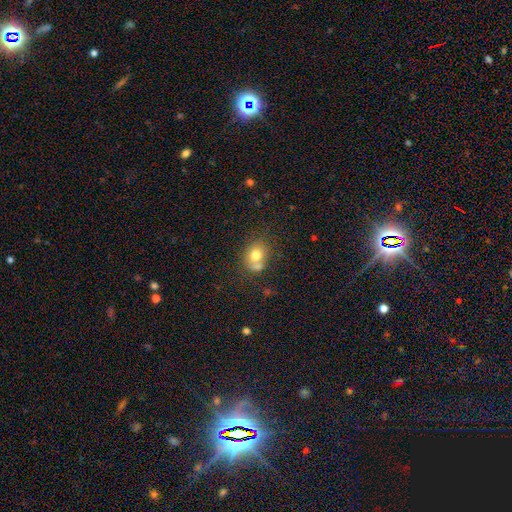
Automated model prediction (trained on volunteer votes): Overall: smooth (74%). How rounded: round (61%; in between 38%). Merging: none (47%; merger 32%).